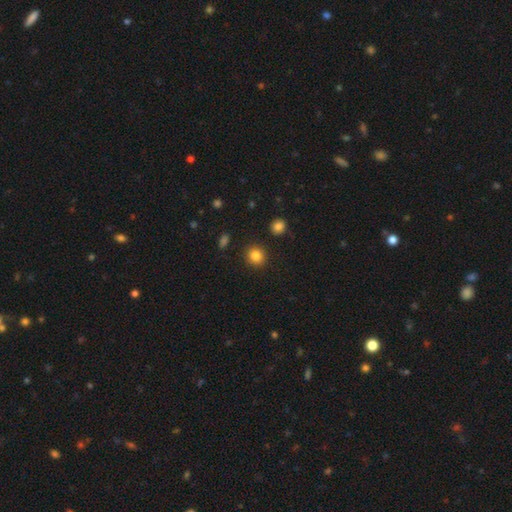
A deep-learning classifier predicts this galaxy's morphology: Overall: smooth (84%). How rounded: round (86%). Merging: none (90%).